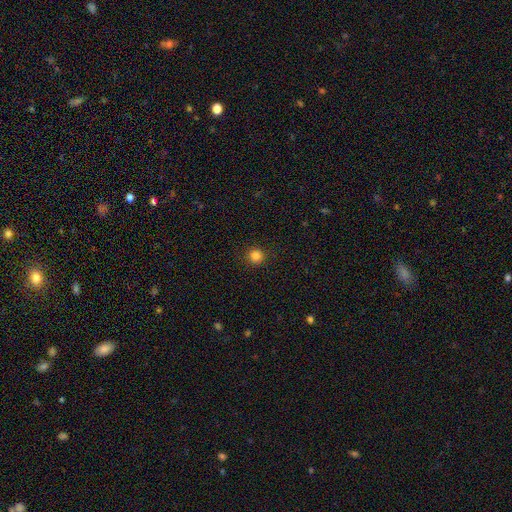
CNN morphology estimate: Smooth or featured?
  - smooth: 84% *
  - star or artifact: 12%
  - featured or disk: 4%
How rounded?
  - round: 94% *
  - in between: 5%
  - cigar-shaped: 1%
Merging?
  - none: 91% *
  - minor disturbance: 5%
  - major disturbance: 2%
  - merger: 1%